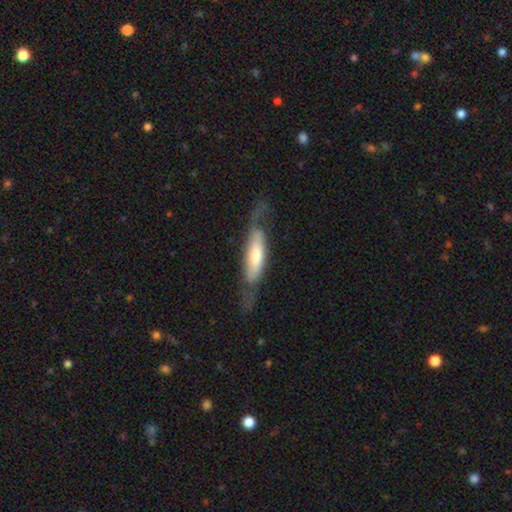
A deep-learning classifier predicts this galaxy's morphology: type=featured or disk (57%); edge-on=no (55%); merging=none (54%).